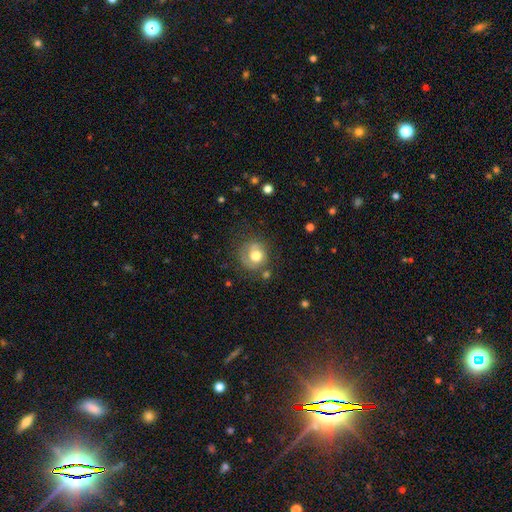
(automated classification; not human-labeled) Smooth or featured: smooth — 53% (featured or disk — 38%)
How rounded: round — 81% (in between — 18%)
Merging: none — 61% (minor disturbance — 22%)